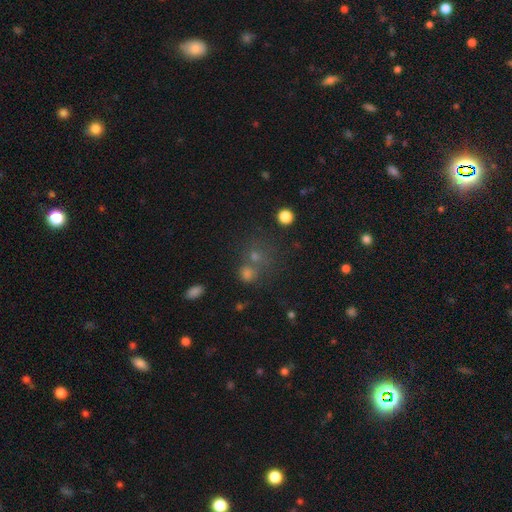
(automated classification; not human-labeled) Smooth or featured?
  - smooth: 57% *
  - star or artifact: 31%
  - featured or disk: 12%
How rounded?
  - round: 80% *
  - in between: 18%
  - cigar-shaped: 1%
Merging?
  - none: 54% *
  - merger: 31%
  - minor disturbance: 9%
  - major disturbance: 6%